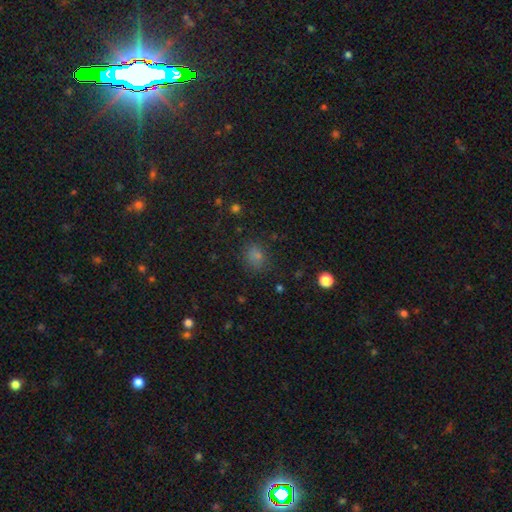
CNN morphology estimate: A smooth galaxy with no disk features (77%) that is round (54%). Merging: none (76%).